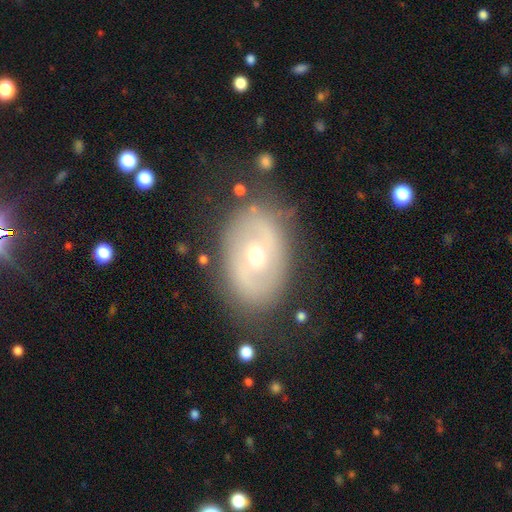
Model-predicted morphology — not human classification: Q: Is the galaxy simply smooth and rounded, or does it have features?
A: featured or disk — 60%.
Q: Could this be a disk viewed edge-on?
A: no — 93%.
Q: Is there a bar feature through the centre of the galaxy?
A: no — 64%.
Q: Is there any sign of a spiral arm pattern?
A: no — 61%.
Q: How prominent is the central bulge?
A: moderate — 53%.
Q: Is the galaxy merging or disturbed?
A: none — 78%.